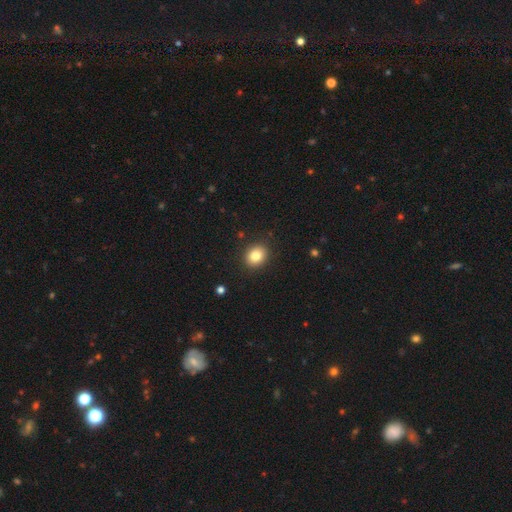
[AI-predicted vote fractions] smooth-or-featured: smooth: 83% | star or artifact: 10% | featured or disk: 7%
  how-rounded: round: 61% | in between: 38% | cigar-shaped: 1%
  merging: none: 90% | minor disturbance: 7% | major disturbance: 2% | merger: 1%